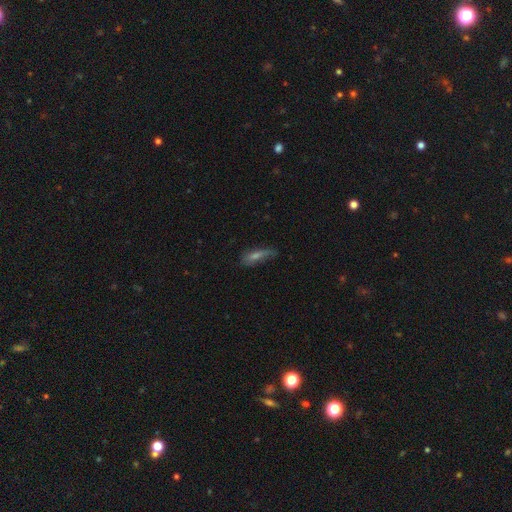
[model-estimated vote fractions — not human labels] Morphology: type=smooth (48%); merging=none (59%).